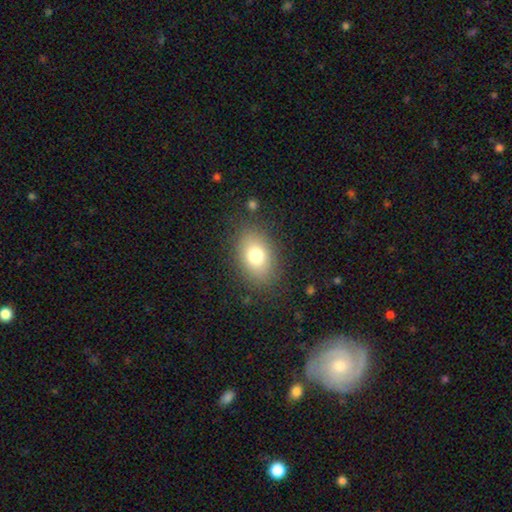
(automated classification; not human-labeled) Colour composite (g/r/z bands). It shows a smooth galaxy with no disk features (77%) that is in between round and cigar-shaped (81%). Merging: none (83%).